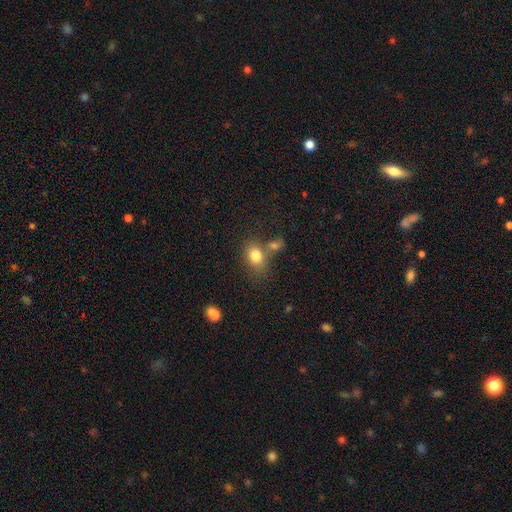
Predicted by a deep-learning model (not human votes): Smooth or featured: smooth — 80% (star or artifact — 10%)
How rounded: in between — 68% (round — 31%)
Merging: none — 53% (merger — 25%)